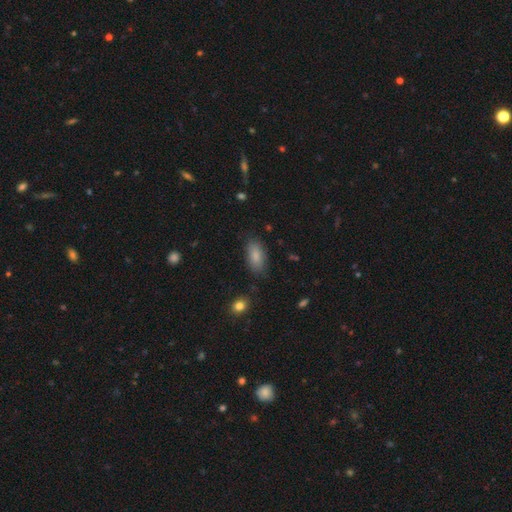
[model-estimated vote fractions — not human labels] This is clearly a smooth galaxy (85%). How rounded: clearly in between (89%). Merging: likely none (79%).